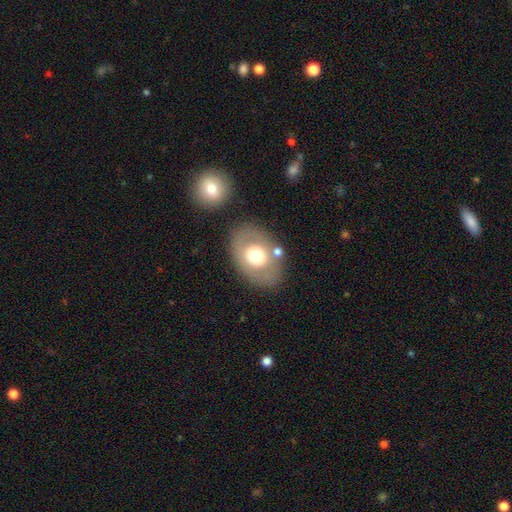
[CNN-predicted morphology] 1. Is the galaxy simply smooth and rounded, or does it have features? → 57% smooth, 35% featured or disk, 8% star or artifact.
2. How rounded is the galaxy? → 72% in between, 27% round, 1% cigar-shaped.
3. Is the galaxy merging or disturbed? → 75% none, 12% minor disturbance, 8% merger, 5% major disturbance.